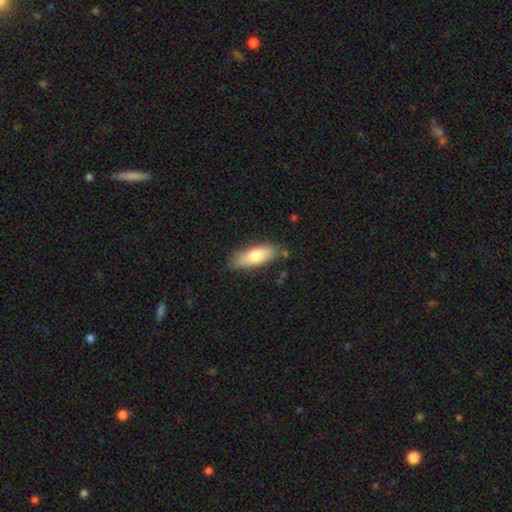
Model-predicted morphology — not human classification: A smooth galaxy with no disk features (73%) that is in between round and cigar-shaped (65%).

Vote fractions:
- Smooth or featured? smooth: 73% / featured or disk: 21% / star or artifact: 6%
- How rounded? in between: 65% / cigar-shaped: 33% / round: 2%
- Merging? none: 79% / minor disturbance: 15% / major disturbance: 3% / merger: 3%